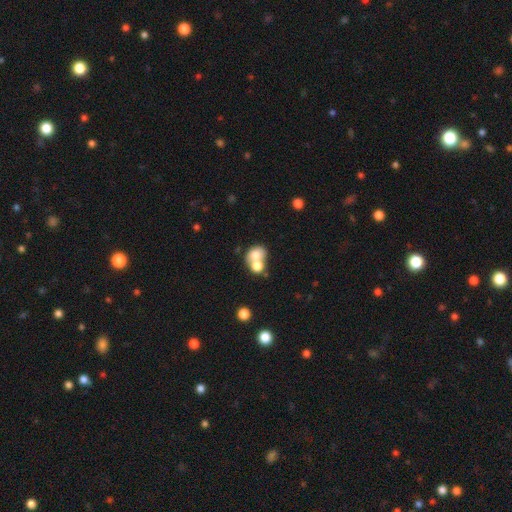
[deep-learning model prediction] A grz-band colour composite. It shows a smooth galaxy with no disk features (72%) that is round (57%). Merging: merger (62%).